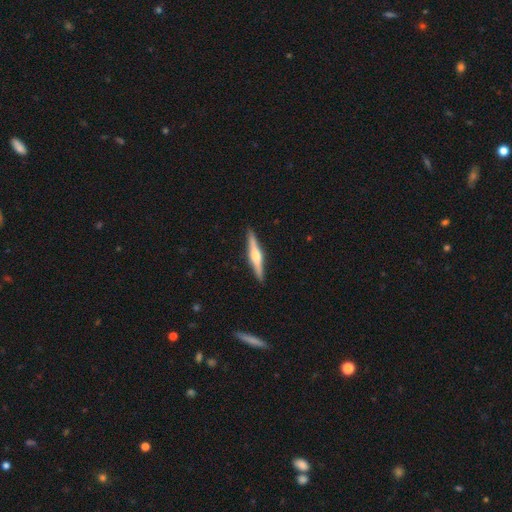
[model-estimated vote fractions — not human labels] Smooth or featured: featured or disk — 67% (smooth — 28%)
Edge-on disk: yes — 98% (no — 2%)
Edge-on bulge: rounded — 85% (boxy — 10%)
Merging: none — 91% (minor disturbance — 6%)